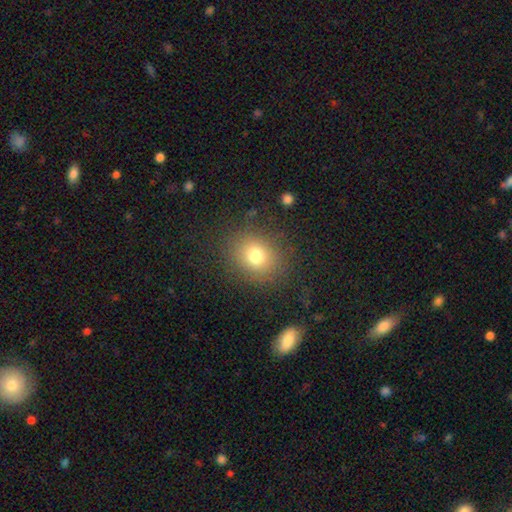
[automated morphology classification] smooth_or_featured: smooth (p=0.74) [alt: star or artifact p=0.15]
how_rounded: round (p=0.72) [alt: in between p=0.27]
merging: none (p=0.84) [alt: minor disturbance p=0.10]